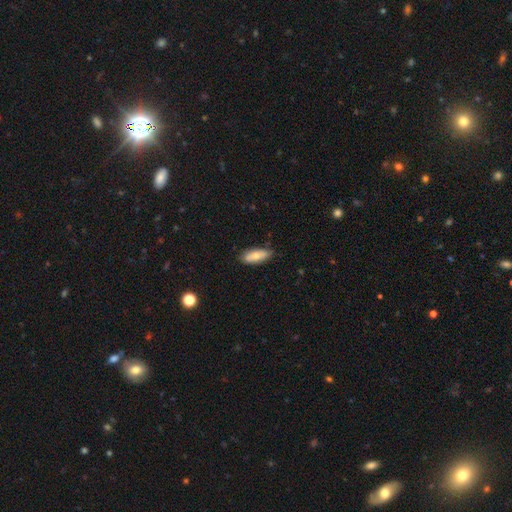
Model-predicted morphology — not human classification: Q: Smooth or featured?
A: smooth (70%); runner-up: featured or disk (23%)
Q: How rounded?
A: in between (72%); runner-up: cigar-shaped (25%)
Q: Merging?
A: none (79%); runner-up: minor disturbance (18%)